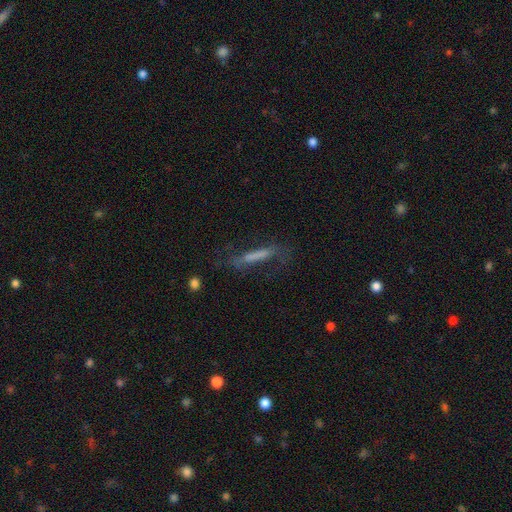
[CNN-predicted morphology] Smooth or featured: smooth — 50% (featured or disk — 38%)
Merging: none — 54% (minor disturbance — 22%)